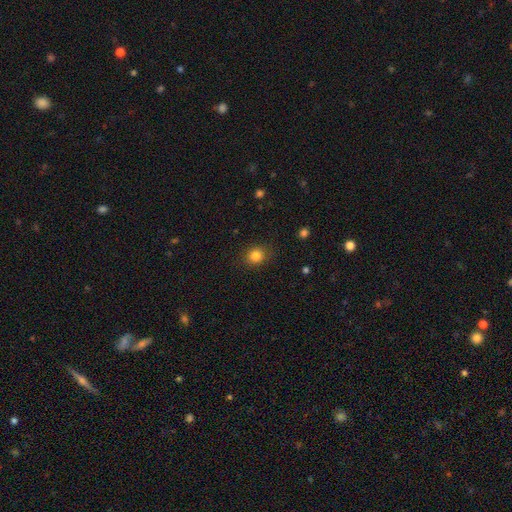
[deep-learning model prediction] Morphology: type=smooth (83%); roundness=round (76%); merging=none (86%).